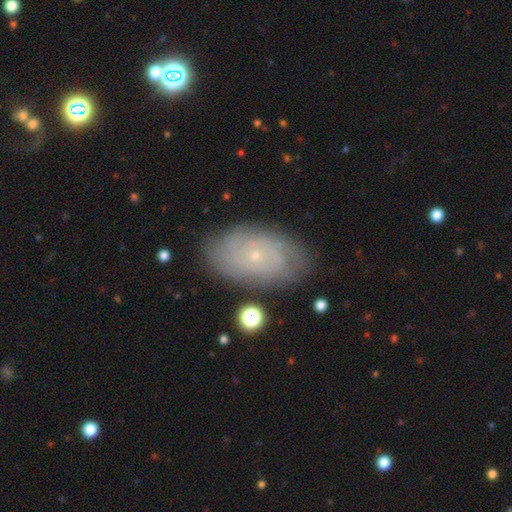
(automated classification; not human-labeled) The model was most divided on "spiral arm count": can't tell: 49%, 2: 16%, 4: 11%, 3: 11%, more than 4: 8%, 1: 6%. More confident: edge-on disk — no (95%); bulge size — small (89%); spiral arms — yes (87%); bar — no (86%); merging — none (81%); spiral winding — tight (74%); smooth or featured — featured or disk (71%).